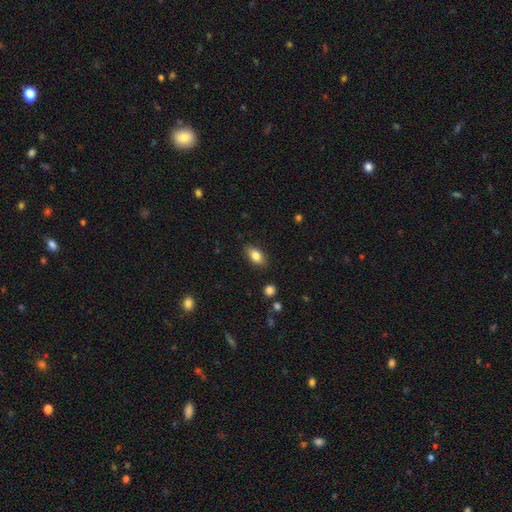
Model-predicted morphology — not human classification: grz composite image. It shows a smooth galaxy with no disk features (81%) that is in between round and cigar-shaped (87%). Merging: none (86%).